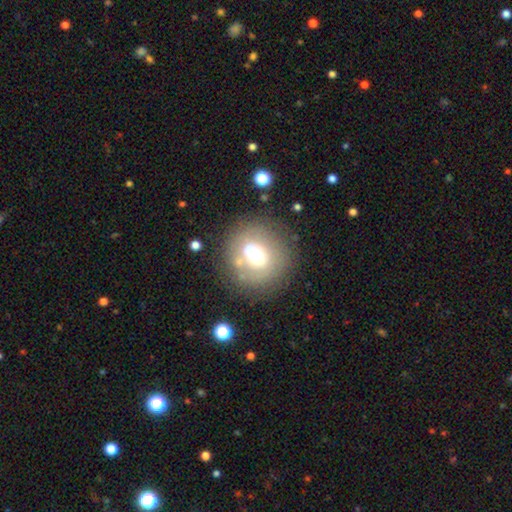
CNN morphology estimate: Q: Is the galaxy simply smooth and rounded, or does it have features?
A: smooth — 56%.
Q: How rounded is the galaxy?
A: round — 91%.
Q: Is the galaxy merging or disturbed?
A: none — 63%.